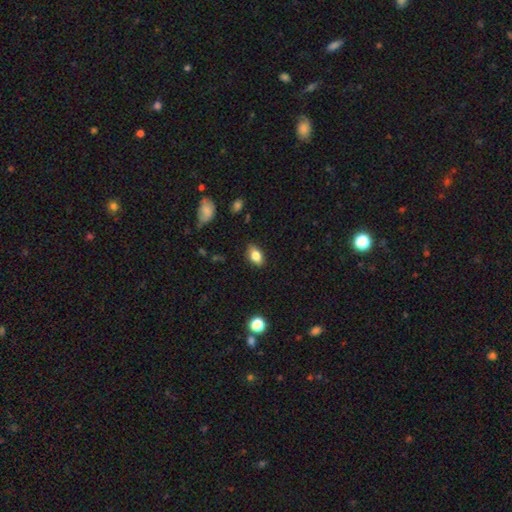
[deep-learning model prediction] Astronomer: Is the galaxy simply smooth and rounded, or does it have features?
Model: smooth — 80%.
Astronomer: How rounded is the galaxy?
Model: in between — 85%.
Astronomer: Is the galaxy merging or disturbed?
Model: none — 83%.